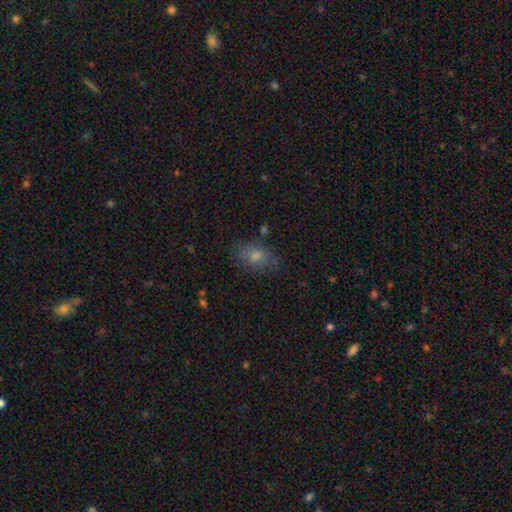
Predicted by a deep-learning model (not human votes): This is likely a smooth galaxy (67%). How rounded: likely in between (80%). Merging: likely none (77%).